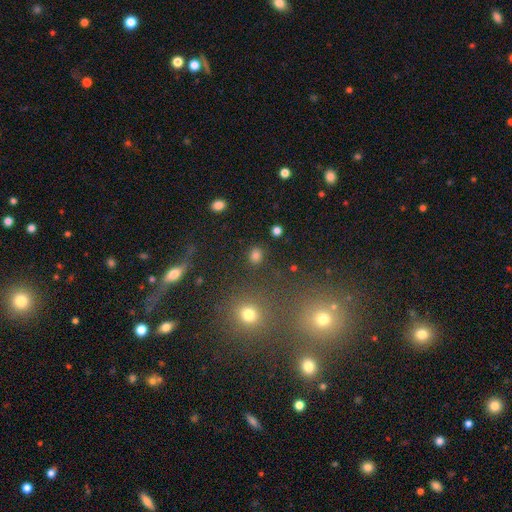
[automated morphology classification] smooth_or_featured: smooth (p=0.76) [alt: star or artifact p=0.18]
how_rounded: round (p=0.70) [alt: in between p=0.28]
merging: none (p=0.87) [alt: minor disturbance p=0.07]